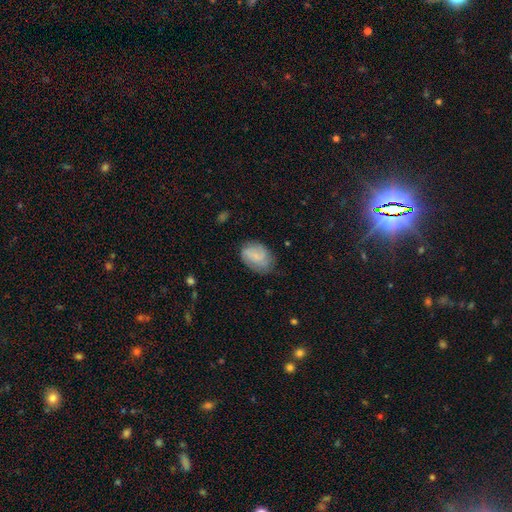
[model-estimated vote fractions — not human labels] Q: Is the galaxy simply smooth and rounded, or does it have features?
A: smooth — 54%.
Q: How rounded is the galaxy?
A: in between — 81%.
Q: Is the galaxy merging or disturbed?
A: none — 66%.